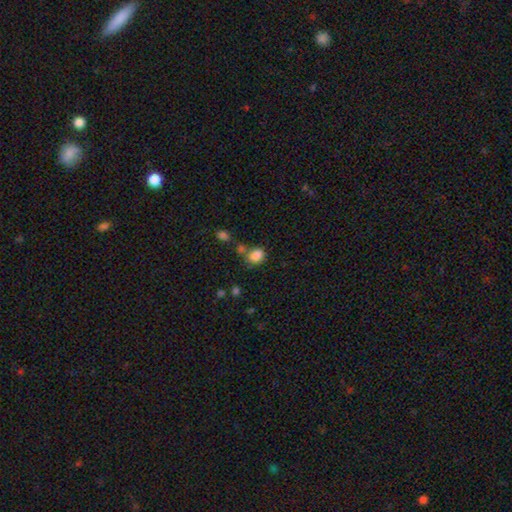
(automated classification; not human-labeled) smooth-or-featured: smooth: 84% | star or artifact: 11% | featured or disk: 5%
  how-rounded: in between: 64% | round: 35% | cigar-shaped: 1%
  merging: none: 55% | merger: 20% | minor disturbance: 18% | major disturbance: 7%